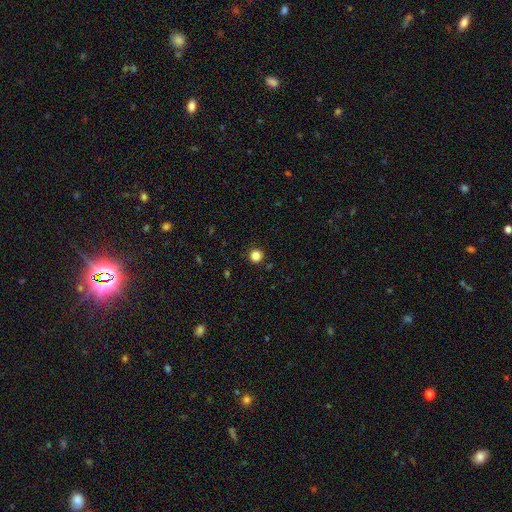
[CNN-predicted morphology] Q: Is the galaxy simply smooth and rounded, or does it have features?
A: smooth — 84%.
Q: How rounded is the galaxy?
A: round — 95%.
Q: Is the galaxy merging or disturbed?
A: none — 92%.